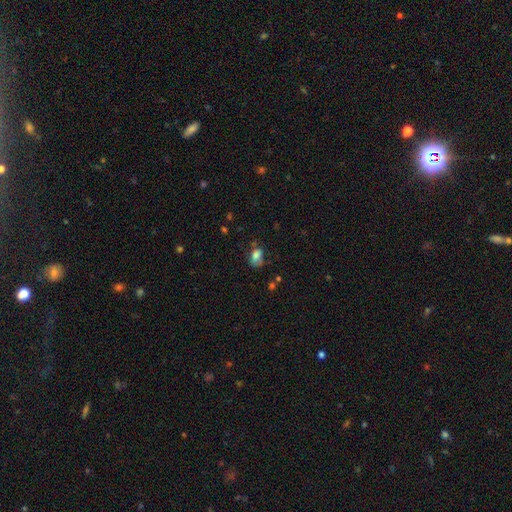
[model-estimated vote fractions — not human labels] This appears to be a smooth galaxy with no disk features (74%) that is in between round and cigar-shaped (82%). Merging: none (44%).